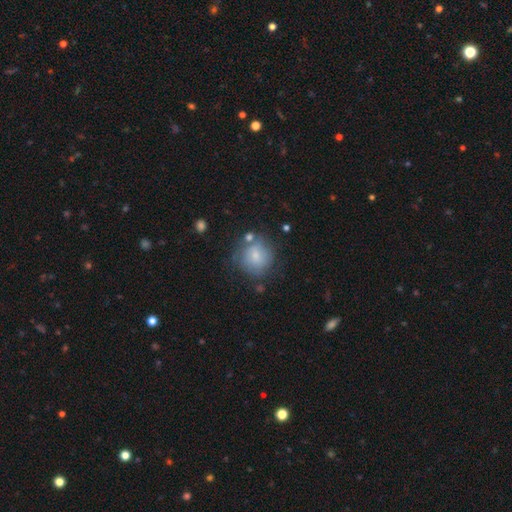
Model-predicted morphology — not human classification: Overall: smooth (70%). How rounded: round (88%). Merging: none (61%).